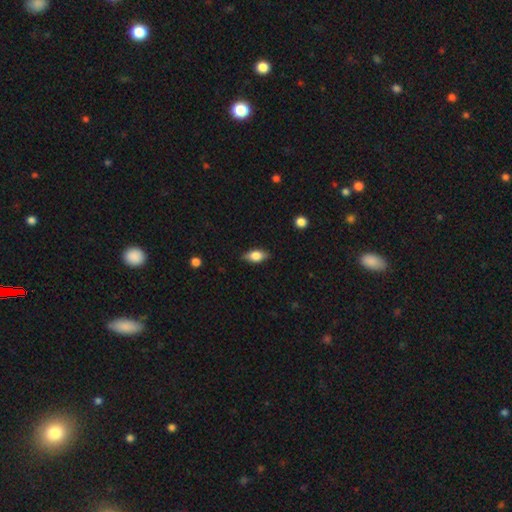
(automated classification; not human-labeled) A smooth galaxy with no disk features (75%) that is in between round and cigar-shaped (86%). Merging: none (84%).